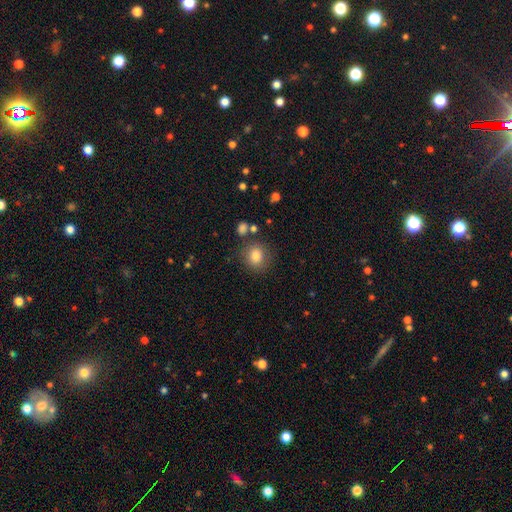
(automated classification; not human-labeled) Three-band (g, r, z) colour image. It shows a smooth galaxy with no disk features (82%) that is round (80%). Merging: none (81%).